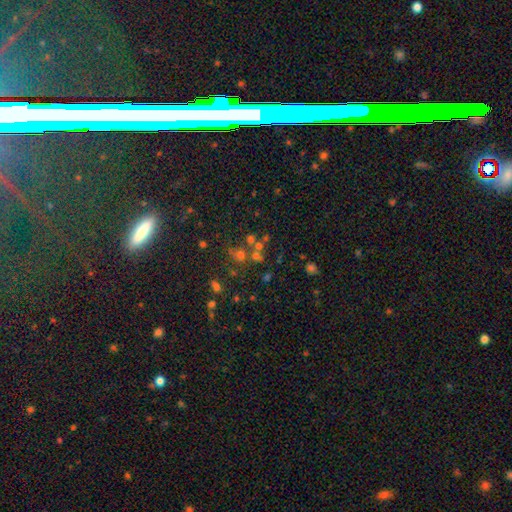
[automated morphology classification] Smooth or featured?
  - star or artifact: 48% *
  - smooth: 37%
  - featured or disk: 15%